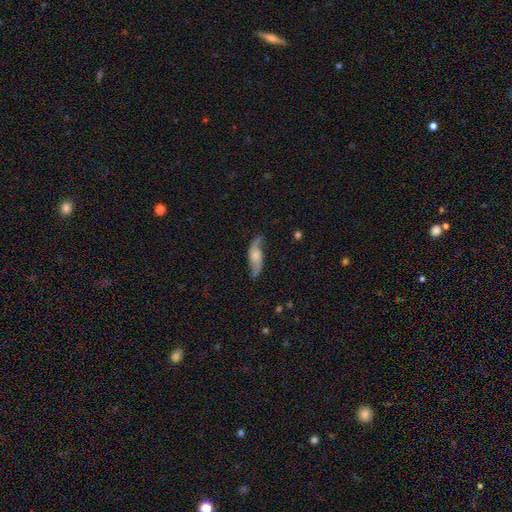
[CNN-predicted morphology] The model was most divided on "bulge size": small: 33%, moderate: 32%, none: 22%, large: 11%, dominant: 2%. More confident: spiral arms — yes (93%); spiral arm count — 2 (91%); edge-on disk — no (87%); spiral winding — loose (76%); merging — none (73%); smooth or featured — featured or disk (71%); bar — no (62%).